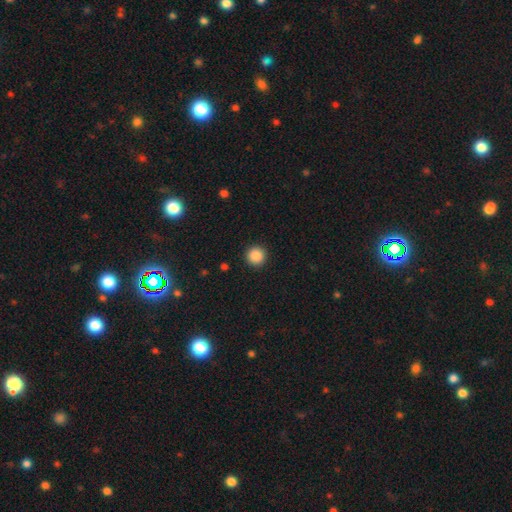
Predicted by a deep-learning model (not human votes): Smooth or featured? smooth (88%)
How rounded? round (96%)
Merging? none (92%)